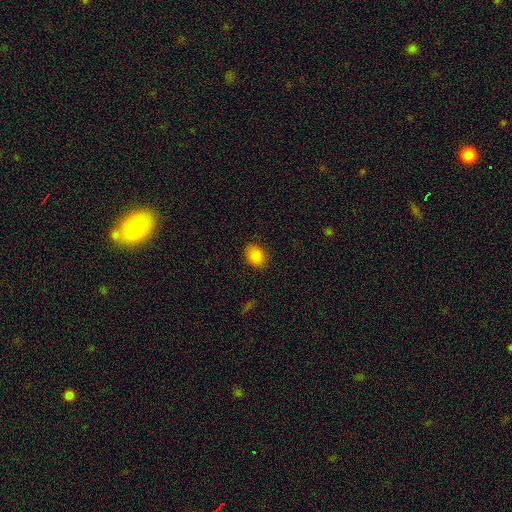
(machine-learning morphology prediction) A smooth galaxy with no disk features (86%) that is in between round and cigar-shaped (63%).

Vote fractions:
- Smooth or featured? smooth: 86% / star or artifact: 10% / featured or disk: 5%
- How rounded? in between: 63% / round: 36% / cigar-shaped: 1%
- Merging? none: 88% / minor disturbance: 9% / major disturbance: 2% / merger: 1%